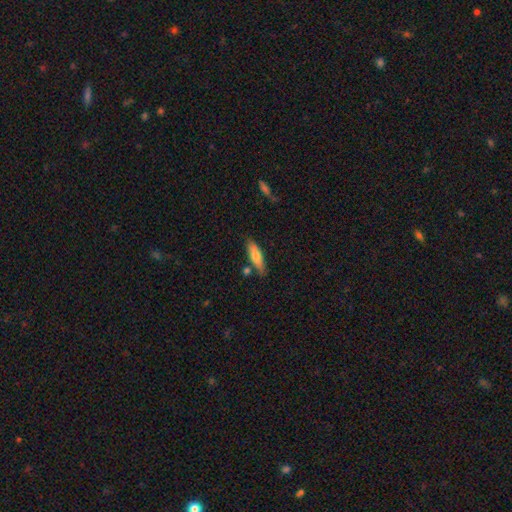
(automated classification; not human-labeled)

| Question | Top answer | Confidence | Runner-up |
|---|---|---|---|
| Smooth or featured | smooth | 69% | featured or disk (24%) |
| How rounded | cigar-shaped | 53% | in between (44%) |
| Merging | none | 75% | minor disturbance (15%) |